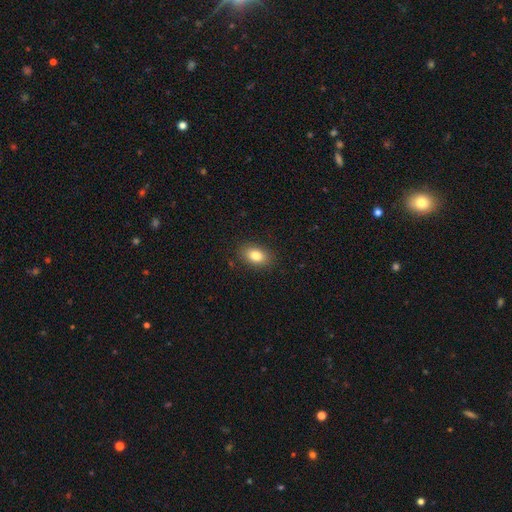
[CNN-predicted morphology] Smooth or featured?
  - smooth: 83% *
  - star or artifact: 9%
  - featured or disk: 8%
How rounded?
  - in between: 85% *
  - round: 13%
  - cigar-shaped: 2%
Merging?
  - none: 88% *
  - minor disturbance: 9%
  - major disturbance: 2%
  - merger: 1%